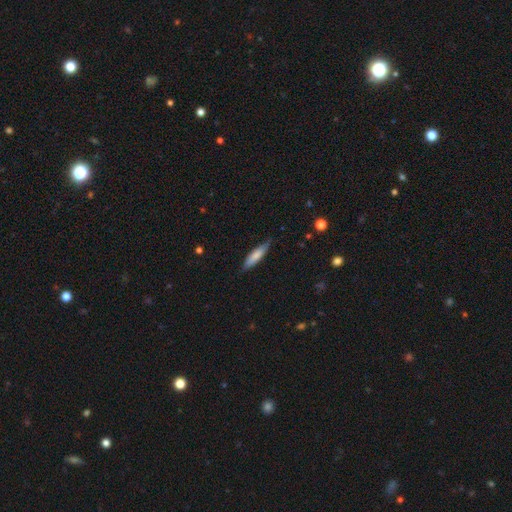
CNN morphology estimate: The model was most divided on "how rounded": cigar-shaped: 74%, in between: 24%, round: 1%. More confident: merging — none (79%); smooth or featured — smooth (72%).